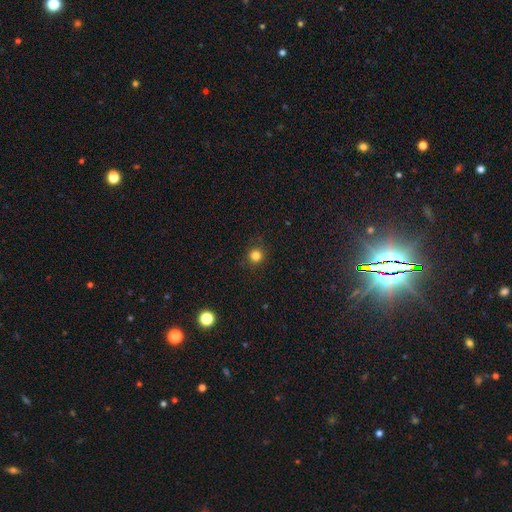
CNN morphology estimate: A smooth galaxy with no disk features (82%) that is round (94%).

Vote fractions:
- Smooth or featured? smooth: 82% / star or artifact: 14% / featured or disk: 4%
- How rounded? round: 94% / in between: 5% / cigar-shaped: 1%
- Merging? none: 91% / minor disturbance: 6% / major disturbance: 2% / merger: 1%